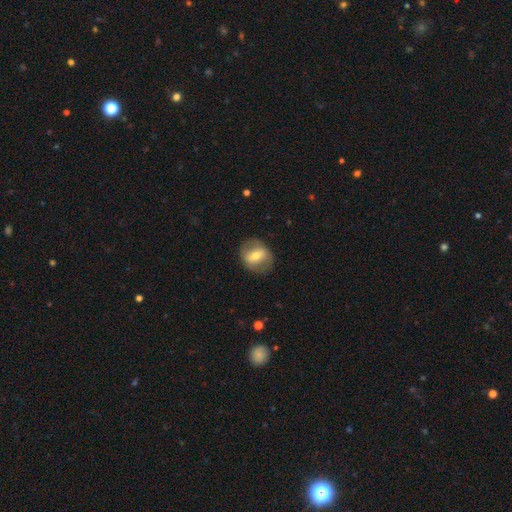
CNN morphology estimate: Q: Smooth or featured?
A: smooth (51%); runner-up: featured or disk (41%)
Q: How rounded?
A: round (55%); runner-up: in between (43%)
Q: Merging?
A: none (79%); runner-up: minor disturbance (14%)